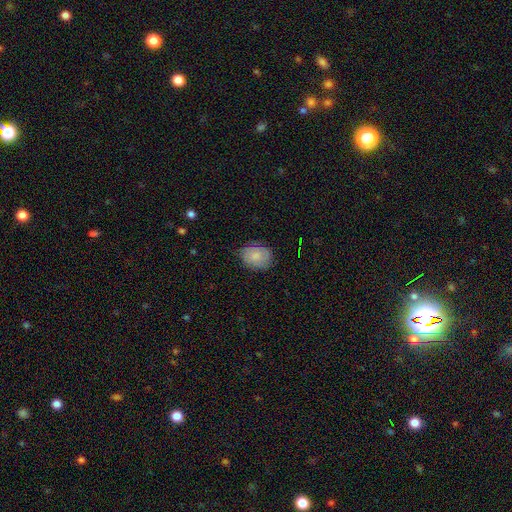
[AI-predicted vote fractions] Q: Smooth or featured?
A: smooth (71%); runner-up: featured or disk (21%)
Q: How rounded?
A: in between (64%); runner-up: round (35%)
Q: Merging?
A: none (76%); runner-up: minor disturbance (19%)